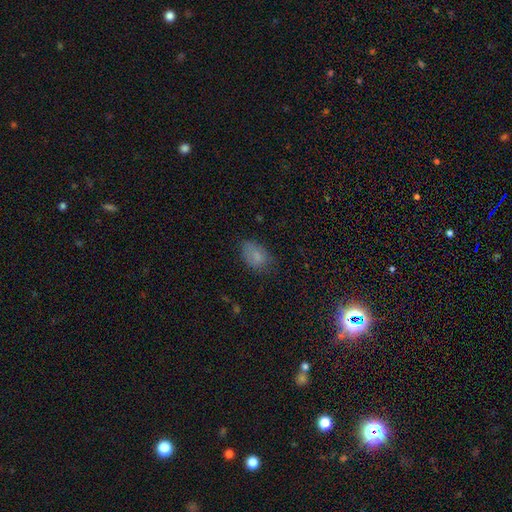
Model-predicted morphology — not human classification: smooth-or-featured: smooth: 79% | star or artifact: 11% | featured or disk: 10%
  how-rounded: in between: 87% | round: 11% | cigar-shaped: 2%
  merging: none: 62% | minor disturbance: 27% | major disturbance: 9% | merger: 2%